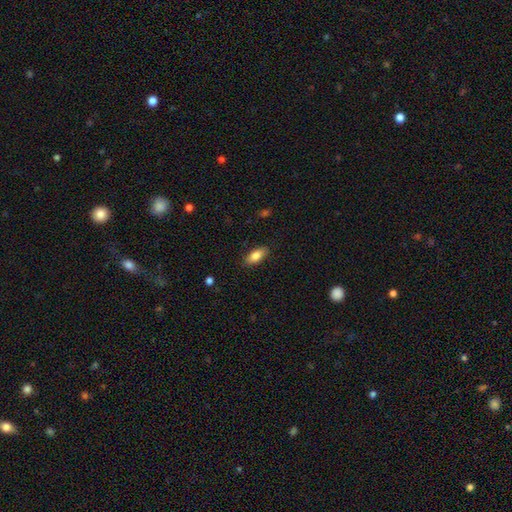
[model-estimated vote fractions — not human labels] A smooth galaxy with no disk features (82%) that is in between round and cigar-shaped (83%).

Vote fractions:
- Smooth or featured? smooth: 82% / featured or disk: 11% / star or artifact: 7%
- How rounded? in between: 83% / cigar-shaped: 14% / round: 3%
- Merging? none: 85% / minor disturbance: 11% / major disturbance: 2% / merger: 1%